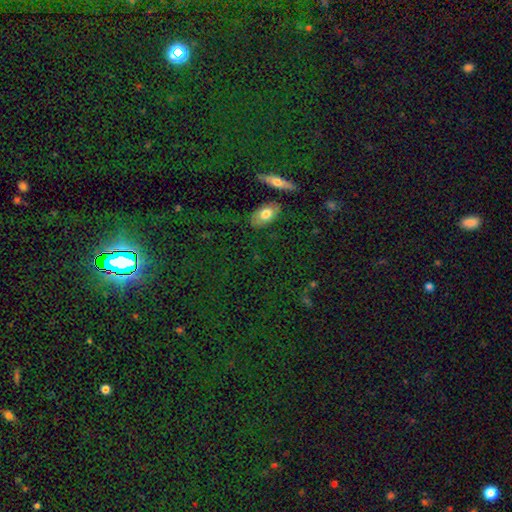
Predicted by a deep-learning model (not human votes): Morphology: type=smooth (46%); merging=none (79%).